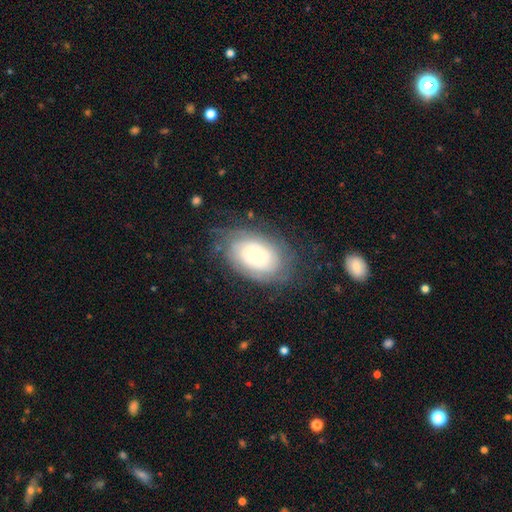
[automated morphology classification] type=featured or disk (55%); edge-on=no (95%); bar=no (85%); spiral arms=yes (78%); bulge=small (53%); merging=none (68%).